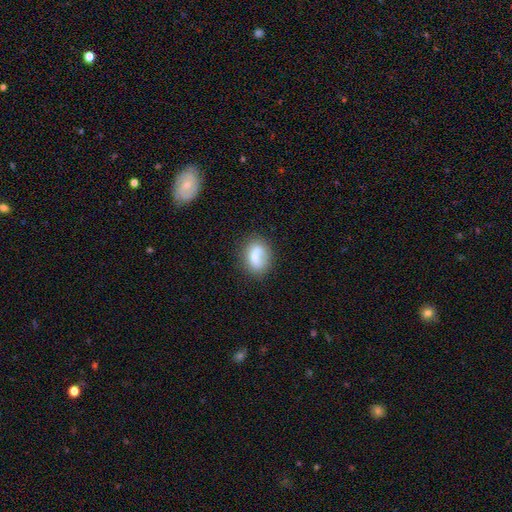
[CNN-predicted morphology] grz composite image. It shows a smooth galaxy with no disk features (68%) that is in between round and cigar-shaped (67%). Merging: none (62%).